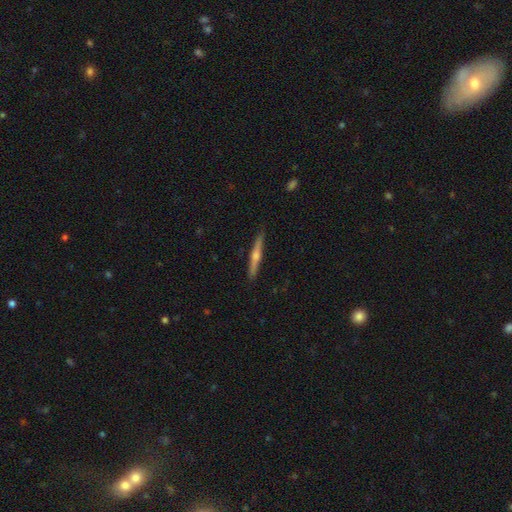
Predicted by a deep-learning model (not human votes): Morphology: type=featured or disk (69%); edge-on=yes (98%); edge-on bulge=rounded (85%); merging=none (91%).